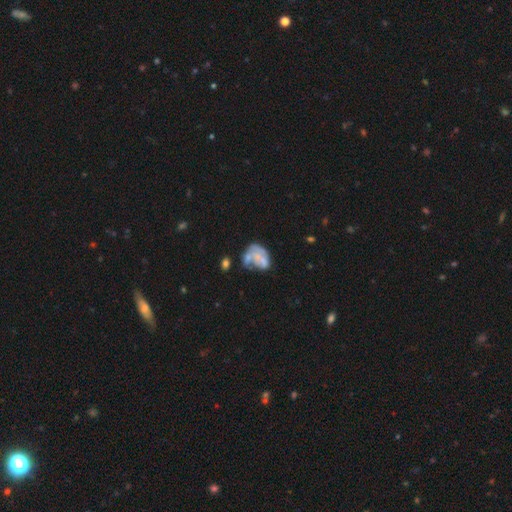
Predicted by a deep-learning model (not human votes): Morphology: type=featured or disk (50%); edge-on=no (98%); merging=major disturbance (33%).